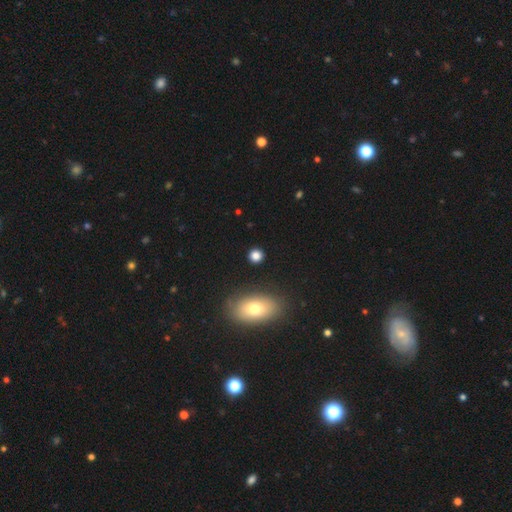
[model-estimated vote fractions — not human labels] Smooth or featured: smooth — 82% (star or artifact — 12%)
How rounded: round — 84% (in between — 14%)
Merging: none — 87% (minor disturbance — 8%)